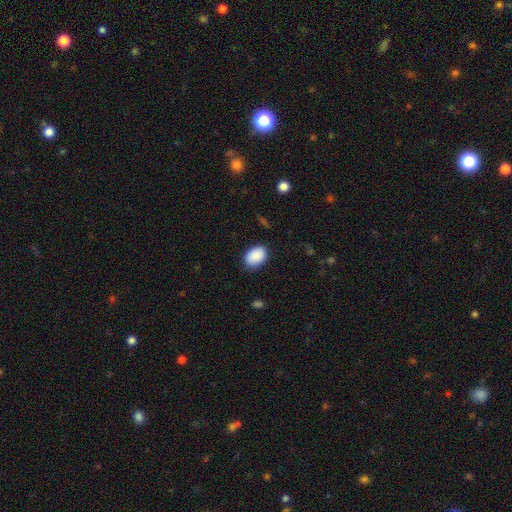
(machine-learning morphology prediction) Smooth or featured?
  - smooth: 90% *
  - star or artifact: 7%
  - featured or disk: 4%
How rounded?
  - in between: 81% *
  - round: 18%
  - cigar-shaped: 1%
Merging?
  - none: 83% *
  - minor disturbance: 13%
  - major disturbance: 3%
  - merger: 1%